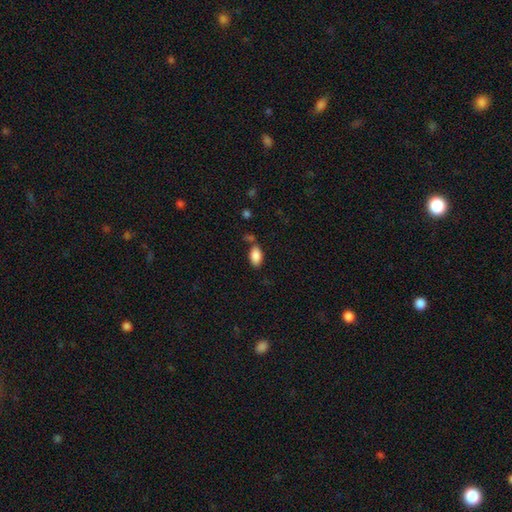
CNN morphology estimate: A smooth galaxy with no disk features (88%) that is in between round and cigar-shaped (94%).

Vote fractions:
- Smooth or featured? smooth: 88% / star or artifact: 8% / featured or disk: 5%
- How rounded? in between: 94% / round: 4% / cigar-shaped: 3%
- Merging? none: 71% / minor disturbance: 15% / merger: 10% / major disturbance: 4%